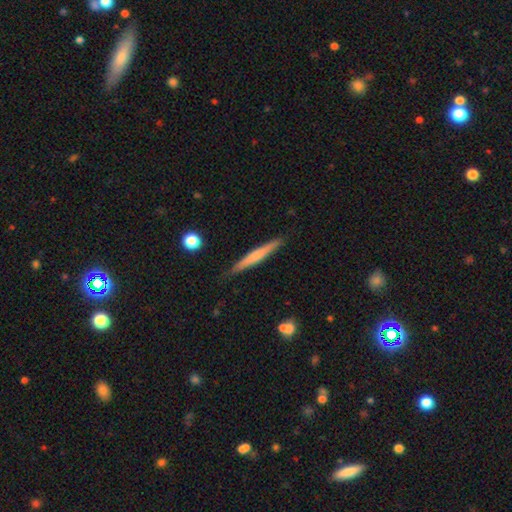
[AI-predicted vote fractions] smooth 53%, featured or disk 41%, star or artifact 6%. Down the decision tree: how rounded — cigar-shaped (95%); merging — none (88%).